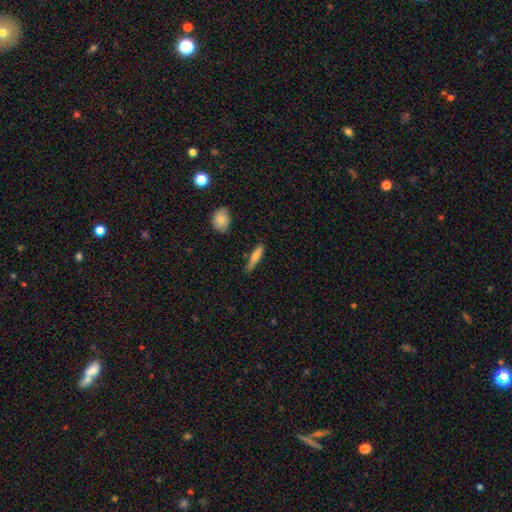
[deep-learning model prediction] Smooth or featured?
  - smooth: 73% *
  - featured or disk: 20%
  - star or artifact: 7%
How rounded?
  - cigar-shaped: 77% *
  - in between: 20%
  - round: 2%
Merging?
  - none: 72% *
  - minor disturbance: 21%
  - major disturbance: 4%
  - merger: 3%